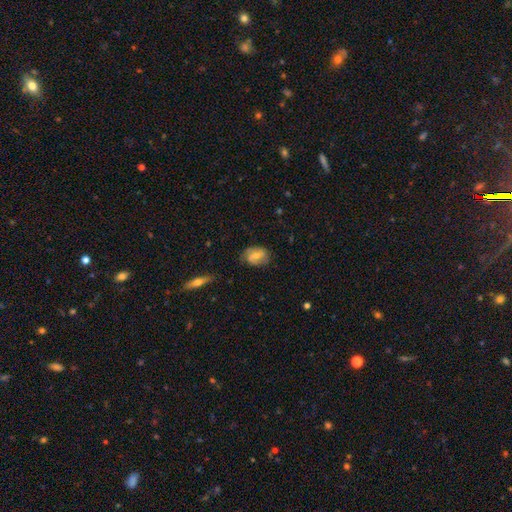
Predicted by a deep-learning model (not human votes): This is possibly a featured or disk galaxy (48%). Merging: likely none (70%).